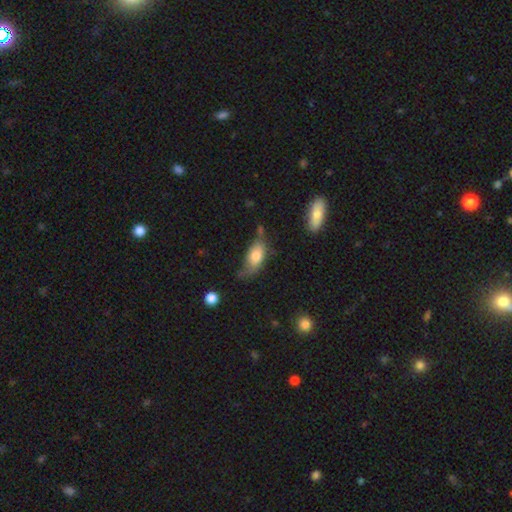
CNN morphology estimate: smooth_or_featured: smooth (p=0.74) [alt: featured or disk p=0.19]
how_rounded: in between (p=0.88) [alt: cigar-shaped p=0.07]
merging: none (p=0.43) [alt: minor disturbance p=0.34]